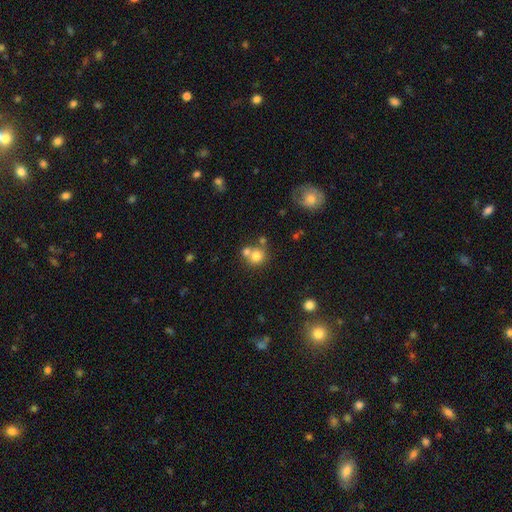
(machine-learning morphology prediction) A smooth galaxy with no disk features (75%) that is round (85%).

Vote fractions:
- Smooth or featured? smooth: 75% / featured or disk: 13% / star or artifact: 12%
- How rounded? round: 85% / in between: 14% / cigar-shaped: 1%
- Merging? none: 49% / merger: 39% / minor disturbance: 8% / major disturbance: 4%